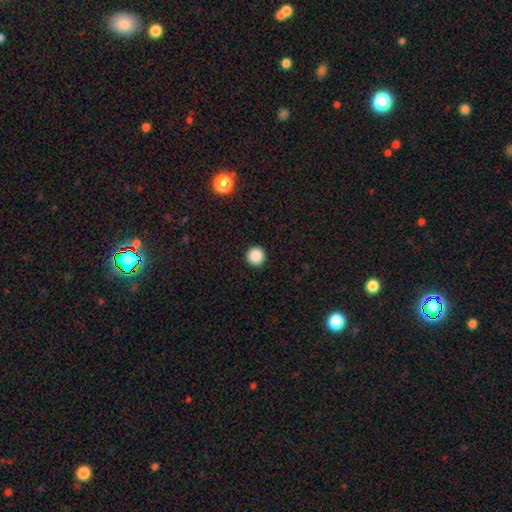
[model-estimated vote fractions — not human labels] This is clearly a smooth galaxy (88%). How rounded: clearly round (95%). Merging: clearly none (92%).